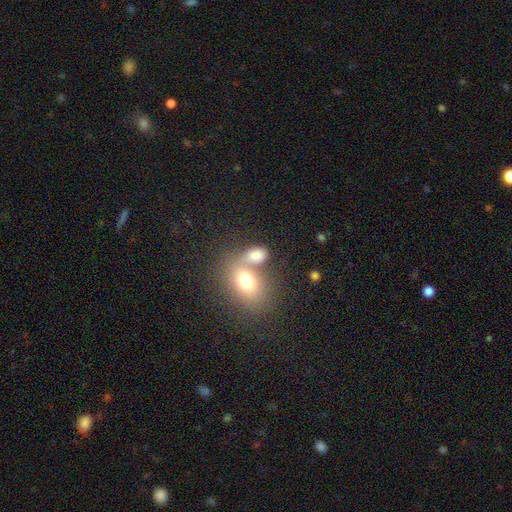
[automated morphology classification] smooth 76%, featured or disk 14%, star or artifact 11%. Down the decision tree: how rounded — in between (79%); merging — merger (51%).